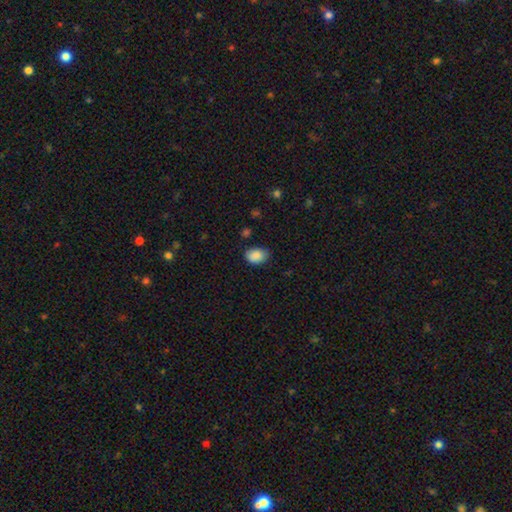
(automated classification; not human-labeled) Overall: smooth (87%). How rounded: in between (77%). Merging: none (69%).